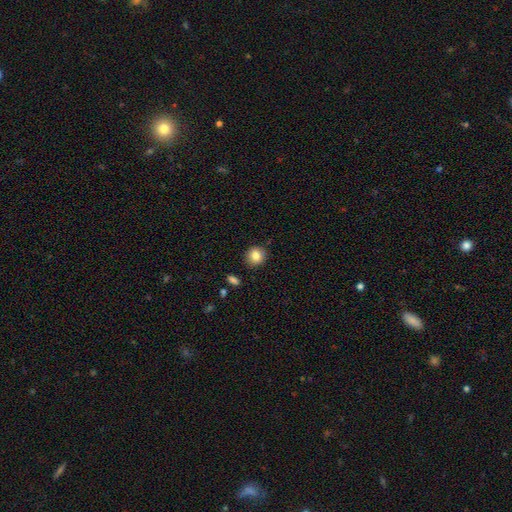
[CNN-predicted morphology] A smooth galaxy with no disk features (84%) that is round (87%). Merging: none (88%).